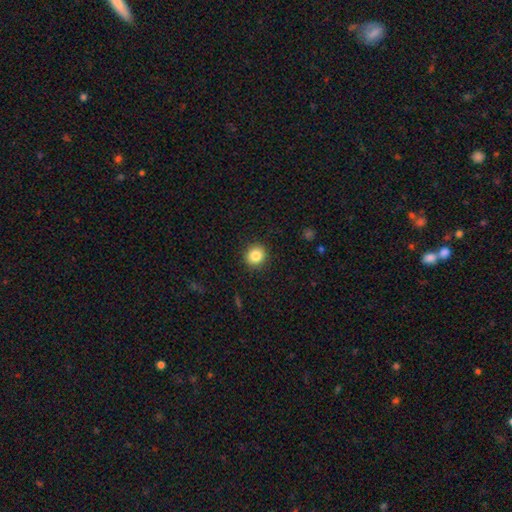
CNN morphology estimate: smooth-or-featured: smooth: 84% | star or artifact: 10% | featured or disk: 6%
  how-rounded: round: 89% | in between: 10% | cigar-shaped: 1%
  merging: none: 91% | minor disturbance: 6% | major disturbance: 2% | merger: 1%